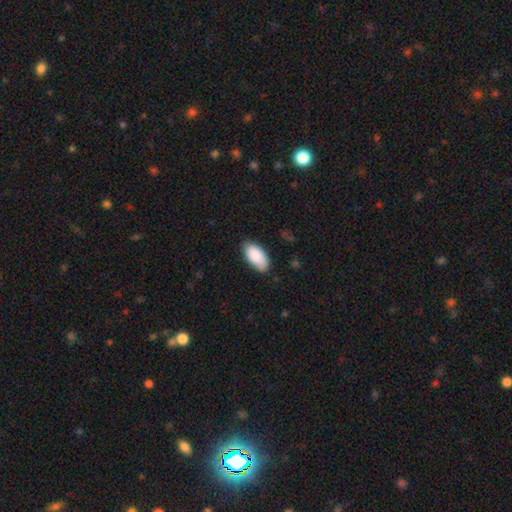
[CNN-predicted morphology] Smooth or featured? Predicted: smooth (p=0.89). How rounded? Predicted: in between (p=0.94). Merging? Predicted: none (p=0.79).